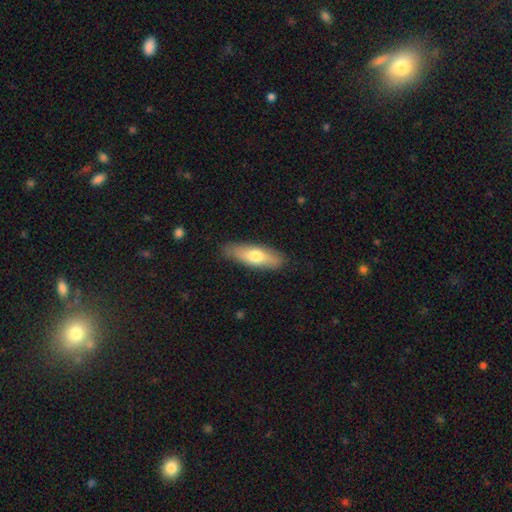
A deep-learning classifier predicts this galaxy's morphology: smooth-or-featured: smooth: 66% | featured or disk: 28% | star or artifact: 6%
  how-rounded: in between: 55% | cigar-shaped: 43% | round: 3%
  merging: none: 85% | minor disturbance: 12% | major disturbance: 2% | merger: 1%